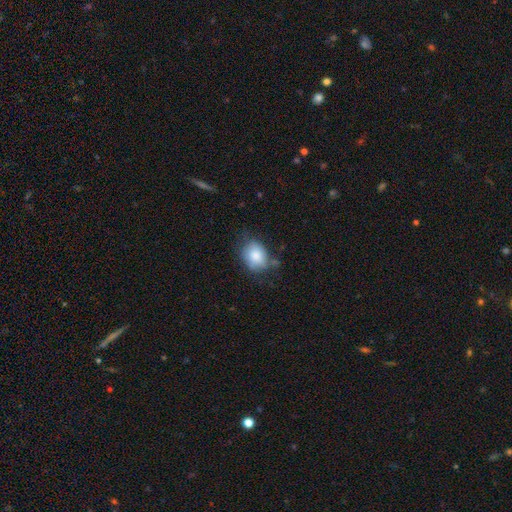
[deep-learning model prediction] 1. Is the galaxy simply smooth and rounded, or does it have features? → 82% smooth, 11% featured or disk, 7% star or artifact.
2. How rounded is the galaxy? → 59% in between, 40% round, 1% cigar-shaped.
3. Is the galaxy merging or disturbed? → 53% none, 32% minor disturbance, 10% major disturbance, 5% merger.